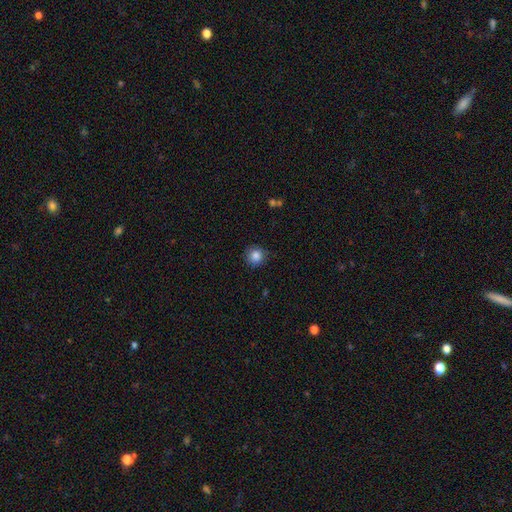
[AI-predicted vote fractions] Q: Smooth or featured?
A: smooth (86%); runner-up: star or artifact (10%)
Q: How rounded?
A: round (93%); runner-up: in between (6%)
Q: Merging?
A: none (86%); runner-up: minor disturbance (10%)